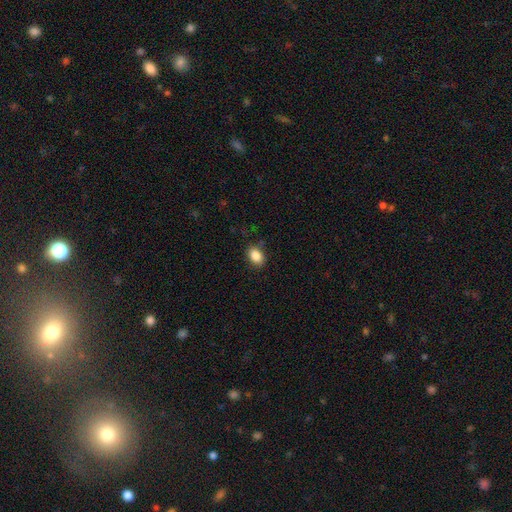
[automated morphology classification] The model was most divided on "how rounded": in between: 81%, round: 18%, cigar-shaped: 1%. More confident: smooth or featured — smooth (87%); merging — none (85%).